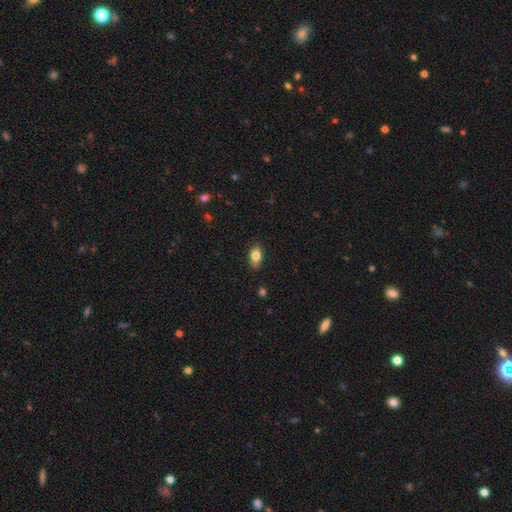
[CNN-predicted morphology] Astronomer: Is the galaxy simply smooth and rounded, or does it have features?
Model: smooth — 81%.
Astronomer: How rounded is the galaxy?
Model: in between — 89%.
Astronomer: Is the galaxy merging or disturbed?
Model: none — 85%.